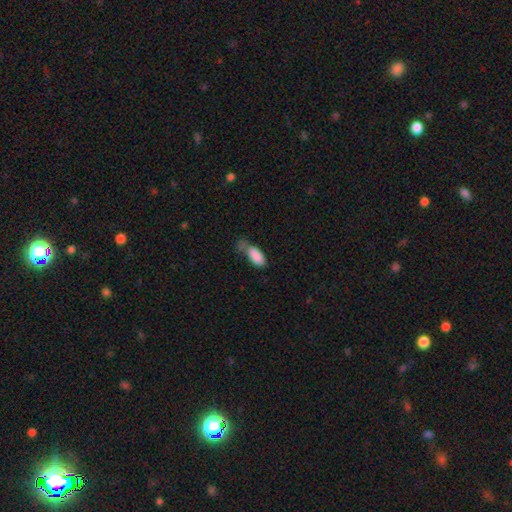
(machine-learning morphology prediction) A smooth galaxy with no disk features (87%) that is in between round and cigar-shaped (91%).

Vote fractions:
- Smooth or featured? smooth: 87% / star or artifact: 7% / featured or disk: 5%
- How rounded? in between: 91% / cigar-shaped: 7% / round: 2%
- Merging? none: 41% / minor disturbance: 27% / merger: 17% / major disturbance: 15%